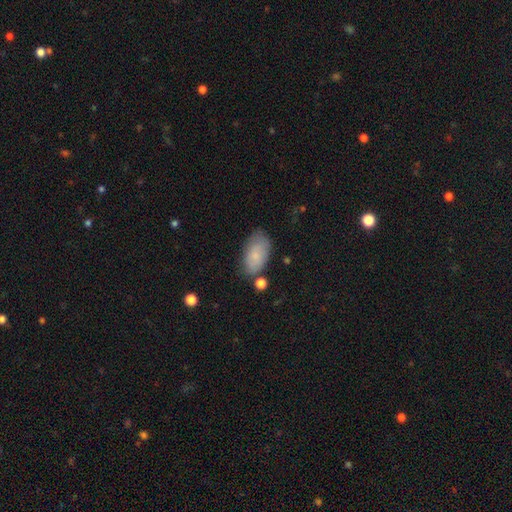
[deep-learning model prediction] This appears to be a smooth galaxy with no disk features (78%) that is in between round and cigar-shaped (94%). Merging: none (66%).